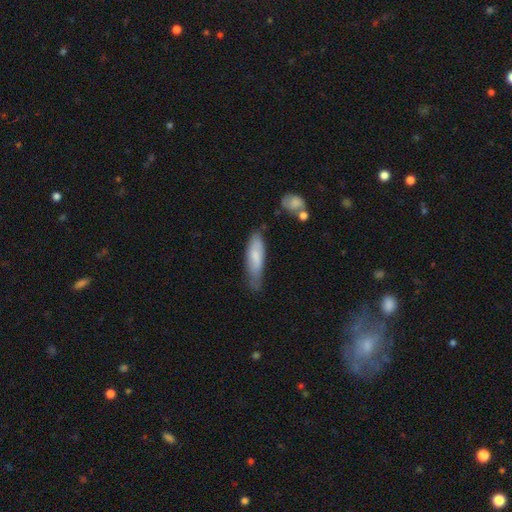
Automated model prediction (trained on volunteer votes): Smooth or featured? Predicted: smooth (p=0.73). How rounded? Predicted: cigar-shaped (p=0.59). Merging? Predicted: none (p=0.55).